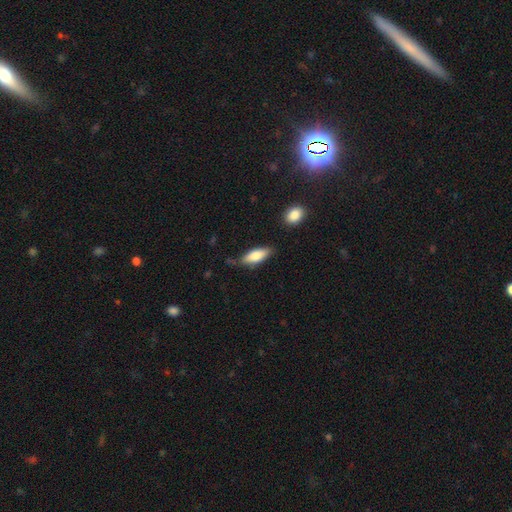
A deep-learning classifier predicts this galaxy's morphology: smooth-or-featured: smooth: 79% | featured or disk: 15% | star or artifact: 6%
  how-rounded: in between: 72% | cigar-shaped: 26% | round: 2%
  merging: none: 71% | minor disturbance: 21% | major disturbance: 5% | merger: 4%